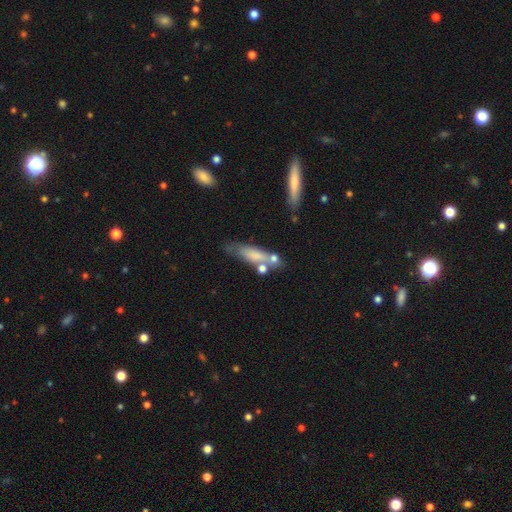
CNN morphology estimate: Q: Smooth or featured?
A: smooth (65%); runner-up: featured or disk (26%)
Q: How rounded?
A: cigar-shaped (63%); runner-up: in between (34%)
Q: Merging?
A: none (51%); runner-up: minor disturbance (20%)